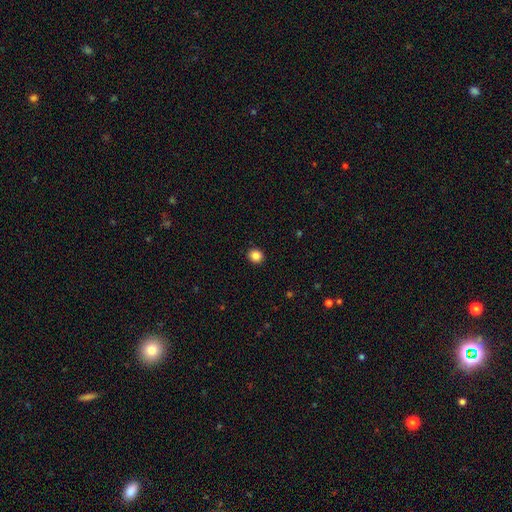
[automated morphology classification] Q: Smooth or featured?
A: smooth (86%); runner-up: star or artifact (10%)
Q: How rounded?
A: round (77%); runner-up: in between (22%)
Q: Merging?
A: none (92%); runner-up: minor disturbance (5%)